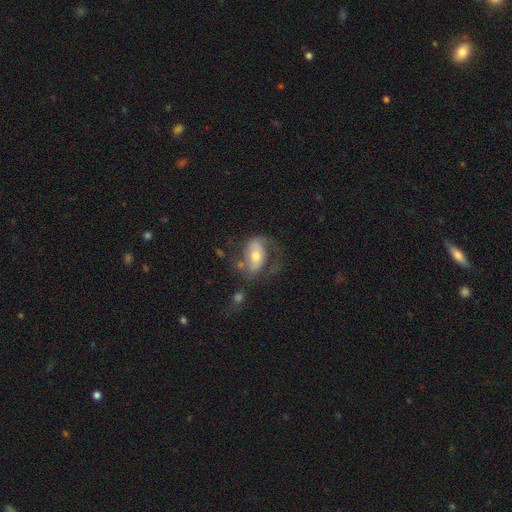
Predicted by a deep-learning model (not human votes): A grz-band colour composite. It shows a featured or disk galaxy (59%) with no bar (40%), spiral arms (69%) and a moderate central bulge (62%). Merging: none (42%).